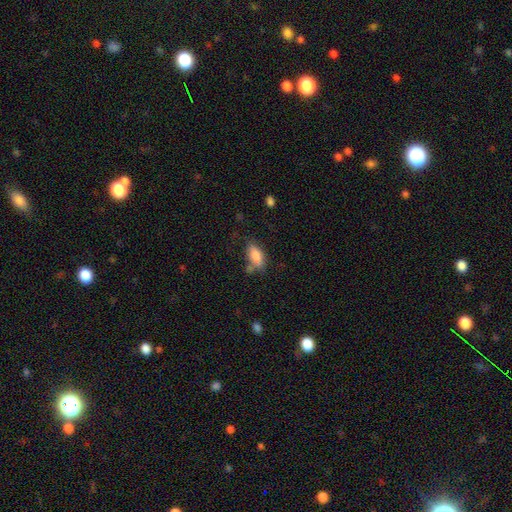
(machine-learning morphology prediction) The model was most divided on "merging": none: 53%, minor disturbance: 25%, merger: 12%, major disturbance: 10%. More confident: how rounded — in between (83%); smooth or featured — smooth (81%).